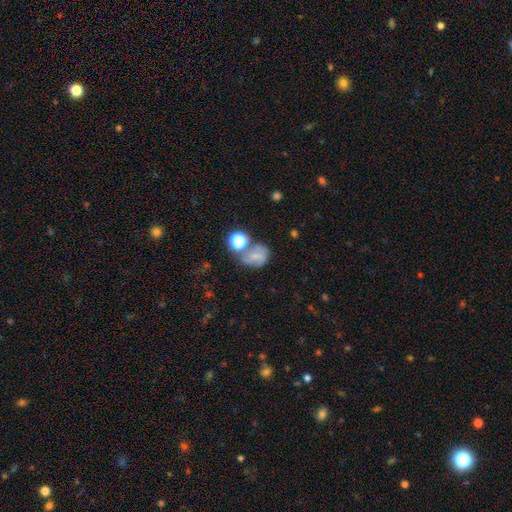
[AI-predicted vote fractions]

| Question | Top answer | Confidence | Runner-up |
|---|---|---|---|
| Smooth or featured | smooth | 58% | featured or disk (26%) |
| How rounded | round | 51% | in between (47%) |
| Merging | none | 38% | merger (27%) |